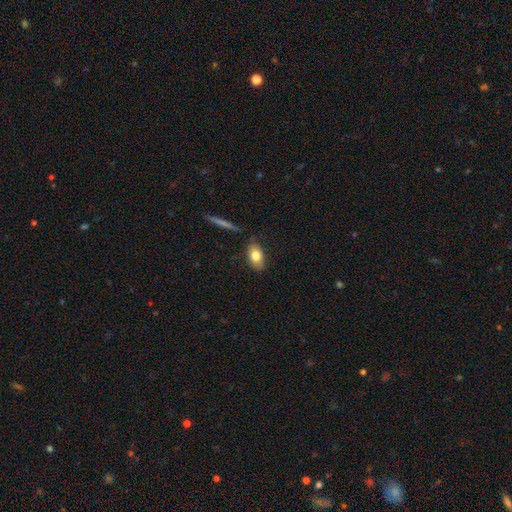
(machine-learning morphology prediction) The model was most divided on "smooth or featured": smooth: 78%, featured or disk: 15%, star or artifact: 8%. More confident: how rounded — in between (87%); merging — none (79%).